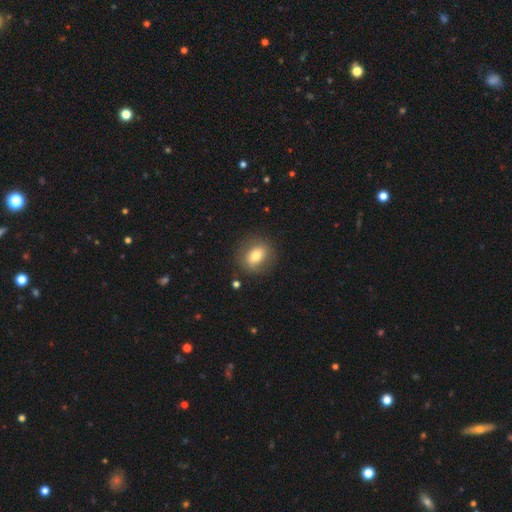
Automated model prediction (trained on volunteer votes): smooth 71%, featured or disk 20%, star or artifact 9%. Down the decision tree: how rounded — round (56%); merging — none (84%).